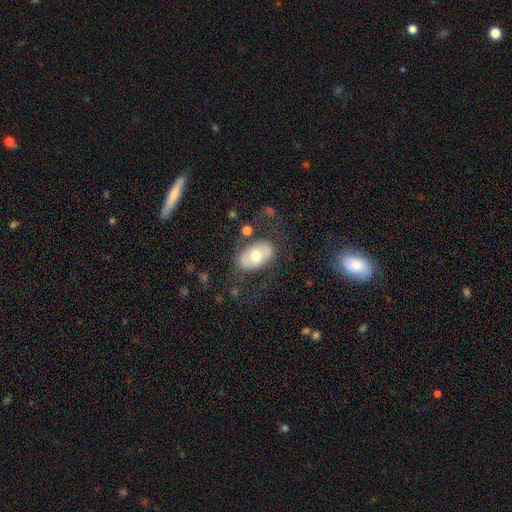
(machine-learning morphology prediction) This is possibly a smooth galaxy (56%). How rounded: clearly in between (87%). Merging: likely none (71%).